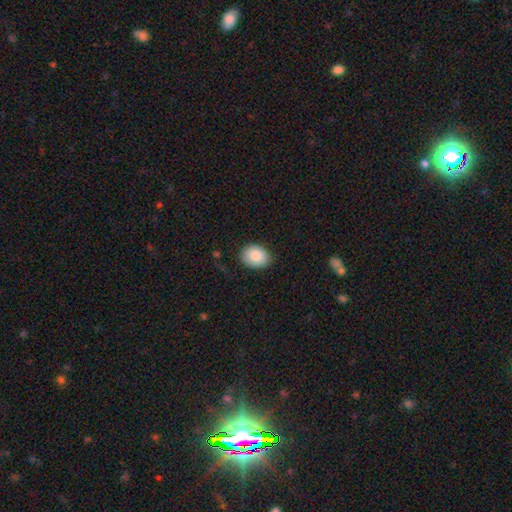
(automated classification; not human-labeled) Smooth or featured?
  - smooth: 86% *
  - star or artifact: 7%
  - featured or disk: 7%
How rounded?
  - in between: 62% *
  - round: 37%
  - cigar-shaped: 1%
Merging?
  - none: 84% *
  - minor disturbance: 12%
  - major disturbance: 3%
  - merger: 1%